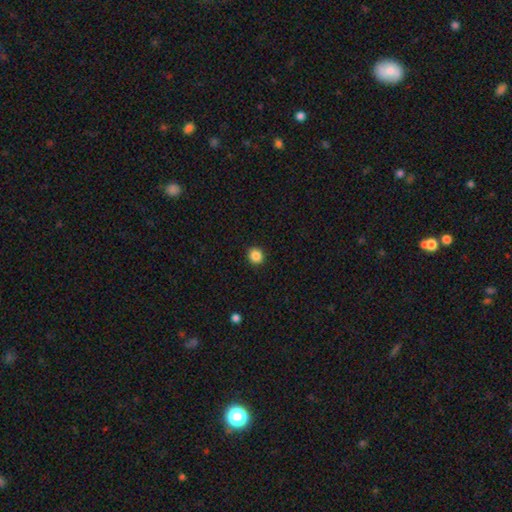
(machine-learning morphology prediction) Smooth or featured?
  - smooth: 87% *
  - star or artifact: 10%
  - featured or disk: 3%
How rounded?
  - round: 87% *
  - in between: 12%
  - cigar-shaped: 1%
Merging?
  - none: 92% *
  - minor disturbance: 5%
  - major disturbance: 2%
  - merger: 1%